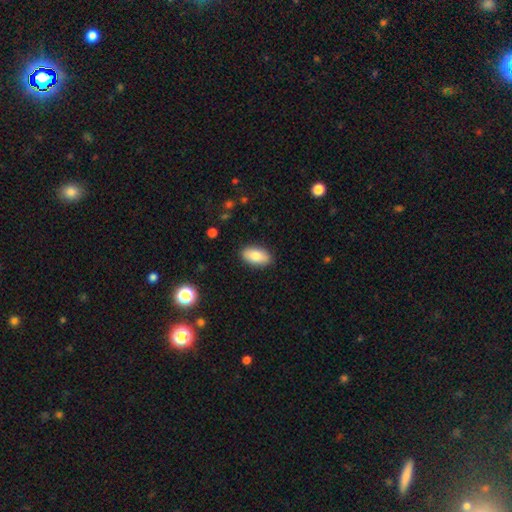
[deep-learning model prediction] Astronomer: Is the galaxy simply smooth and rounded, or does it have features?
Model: smooth — 83%.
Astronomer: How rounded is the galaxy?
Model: in between — 92%.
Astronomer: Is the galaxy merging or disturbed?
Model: none — 88%.